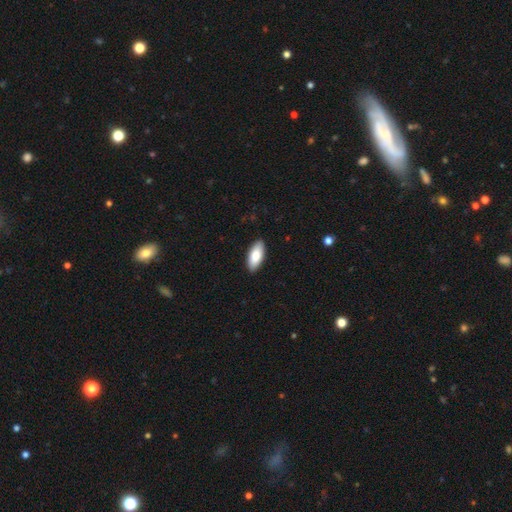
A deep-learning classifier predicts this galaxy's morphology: Smooth or featured? Predicted: smooth (p=0.83). How rounded? Predicted: in between (p=0.87). Merging? Predicted: none (p=0.90).